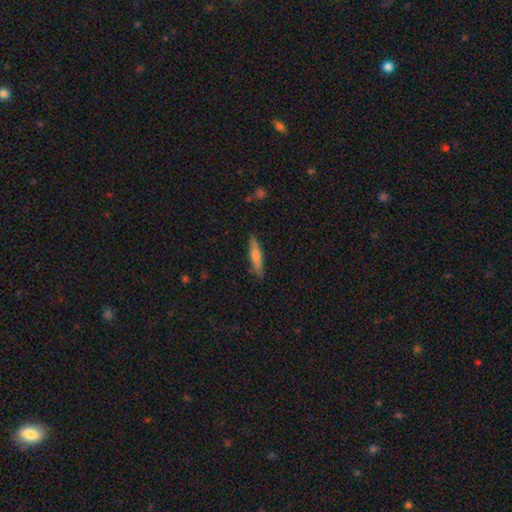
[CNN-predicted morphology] This is possibly a smooth galaxy (51%). How rounded: clearly cigar-shaped (89%). Merging: clearly none (89%).